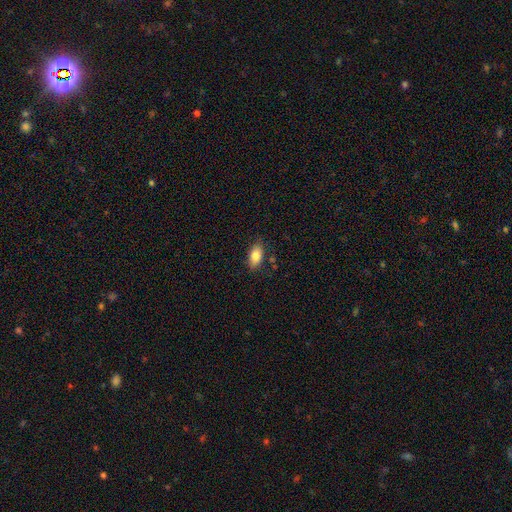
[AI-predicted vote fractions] The model was most divided on "merging": none: 82%, minor disturbance: 13%, major disturbance: 3%, merger: 2%. More confident: how rounded — in between (90%); smooth or featured — smooth (83%).